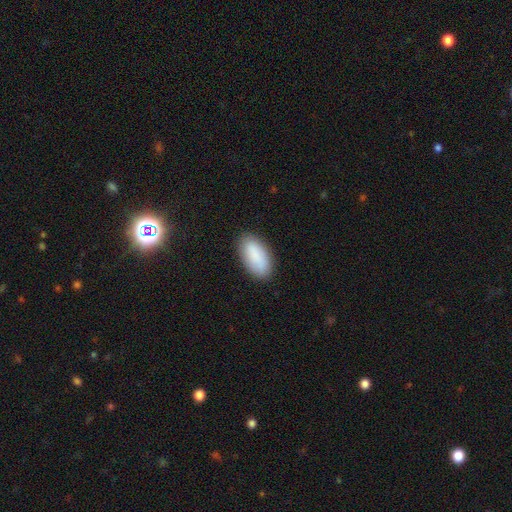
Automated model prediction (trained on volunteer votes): A smooth galaxy with no disk features (88%) that is in between round and cigar-shaped (93%). Merging: none (87%).